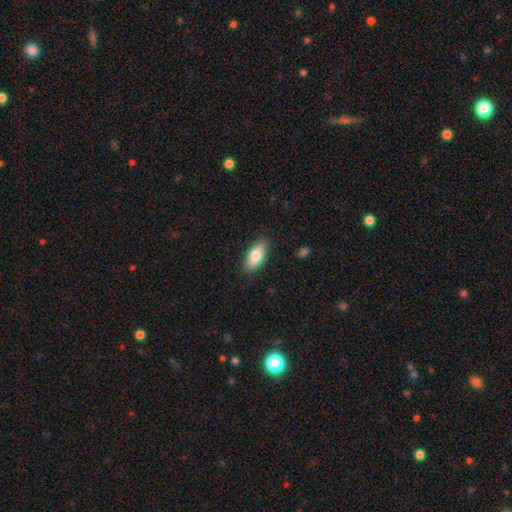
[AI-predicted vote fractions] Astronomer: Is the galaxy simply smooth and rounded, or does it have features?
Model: smooth — 81%.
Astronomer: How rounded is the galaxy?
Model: in between — 86%.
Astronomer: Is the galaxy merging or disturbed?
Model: none — 86%.